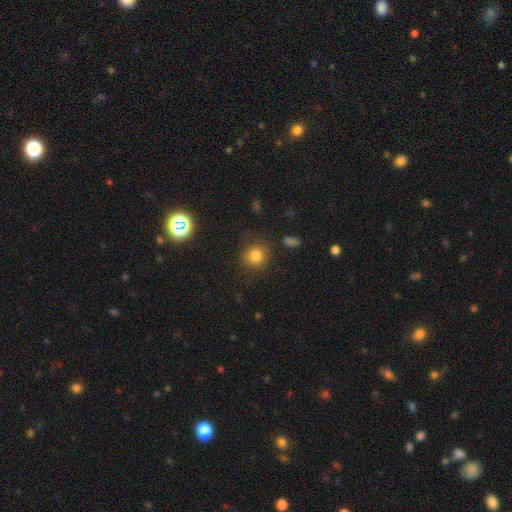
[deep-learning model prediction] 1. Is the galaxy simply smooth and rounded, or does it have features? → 80% smooth, 14% star or artifact, 7% featured or disk.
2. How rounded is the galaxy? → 86% round, 13% in between, 1% cigar-shaped.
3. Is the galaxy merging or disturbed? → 81% none, 12% minor disturbance, 5% major disturbance, 3% merger.